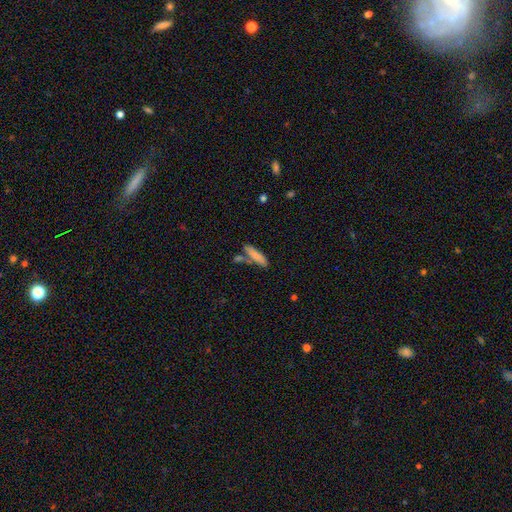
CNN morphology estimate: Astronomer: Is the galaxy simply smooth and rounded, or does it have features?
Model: smooth — 81%.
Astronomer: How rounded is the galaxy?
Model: cigar-shaped — 72%.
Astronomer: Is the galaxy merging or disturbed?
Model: none — 61%.